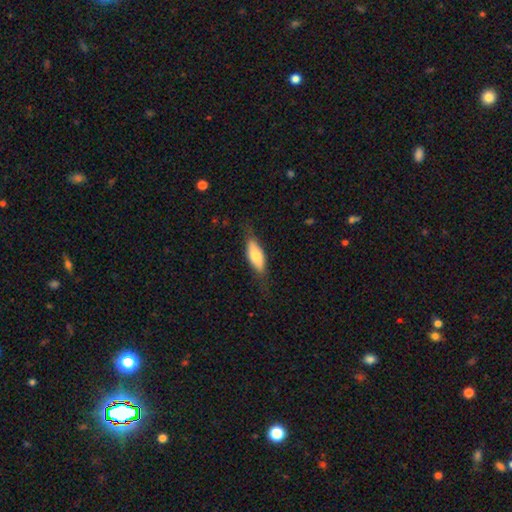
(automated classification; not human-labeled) The model was most divided on "how rounded": in between: 68%, cigar-shaped: 29%, round: 2%. More confident: merging — none (73%); smooth or featured — smooth (67%).